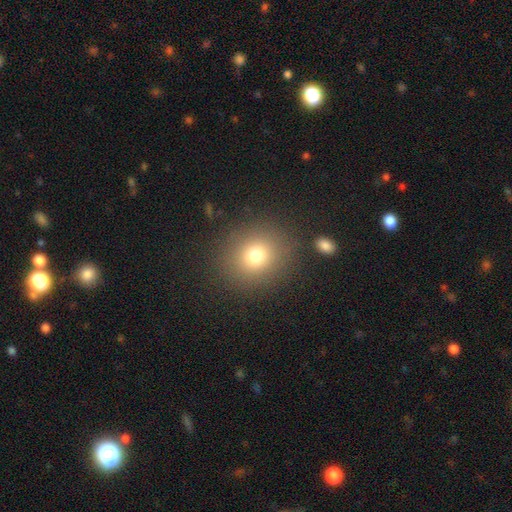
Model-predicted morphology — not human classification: smooth 75%, star or artifact 15%, featured or disk 10%. Down the decision tree: how rounded — round (79%); merging — none (86%).